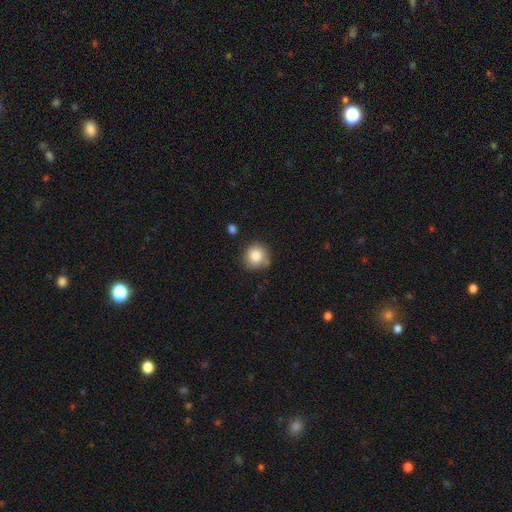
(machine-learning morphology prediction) smooth 85%, star or artifact 9%, featured or disk 7%. Down the decision tree: how rounded — round (92%); merging — none (76%).